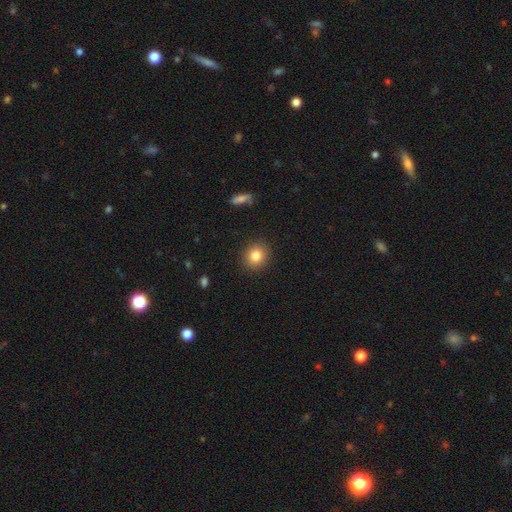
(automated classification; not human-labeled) smooth_or_featured: smooth (p=0.83) [alt: star or artifact p=0.10]
how_rounded: round (p=0.85) [alt: in between p=0.14]
merging: none (p=0.91) [alt: minor disturbance p=0.06]